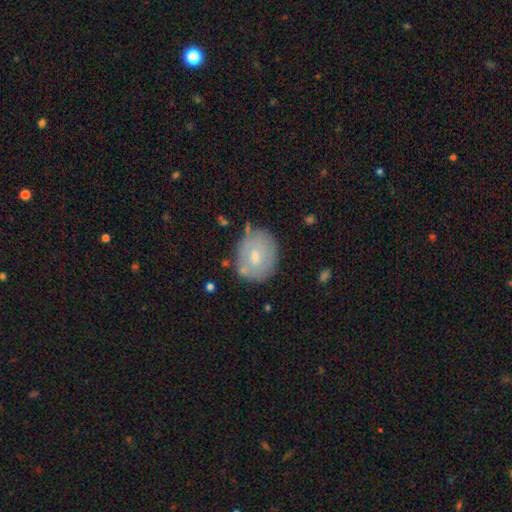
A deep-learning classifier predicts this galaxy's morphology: This appears to be a smooth galaxy with no disk features (55%) that is round (54%). Merging: none (68%).